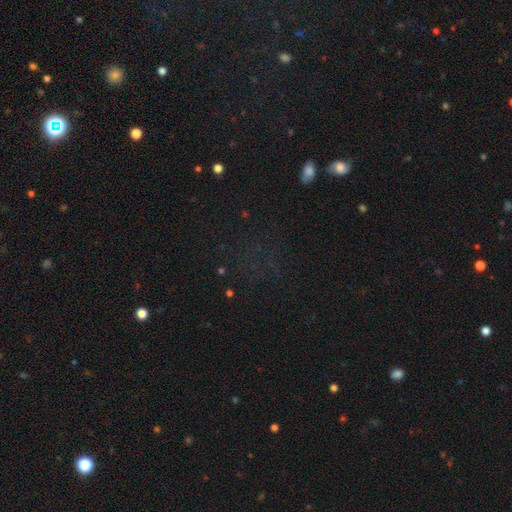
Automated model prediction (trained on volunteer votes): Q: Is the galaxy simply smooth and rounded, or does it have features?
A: star or artifact — 66%.